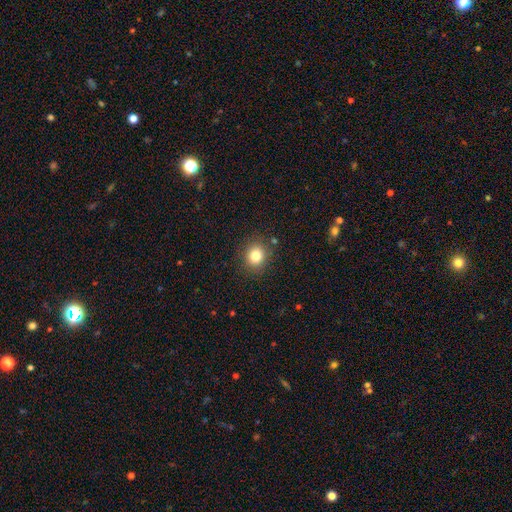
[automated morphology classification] A smooth galaxy with no disk features (81%) that is round (79%).

Vote fractions:
- Smooth or featured? smooth: 81% / star or artifact: 12% / featured or disk: 7%
- How rounded? round: 79% / in between: 20% / cigar-shaped: 1%
- Merging? none: 87% / minor disturbance: 8% / major disturbance: 3% / merger: 2%